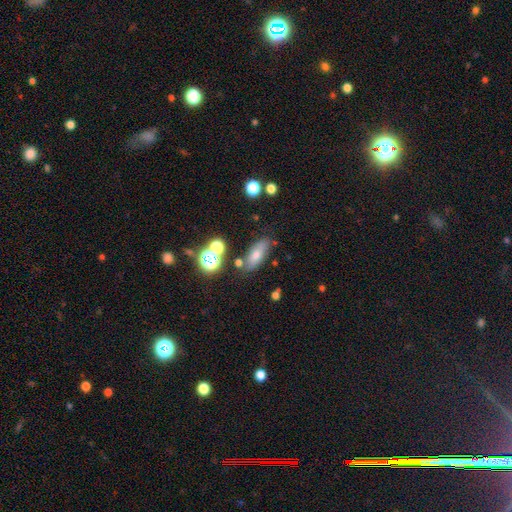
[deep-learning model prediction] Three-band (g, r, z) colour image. It shows a smooth galaxy with no disk features (65%) that is in between round and cigar-shaped (69%). Merging: none (74%).